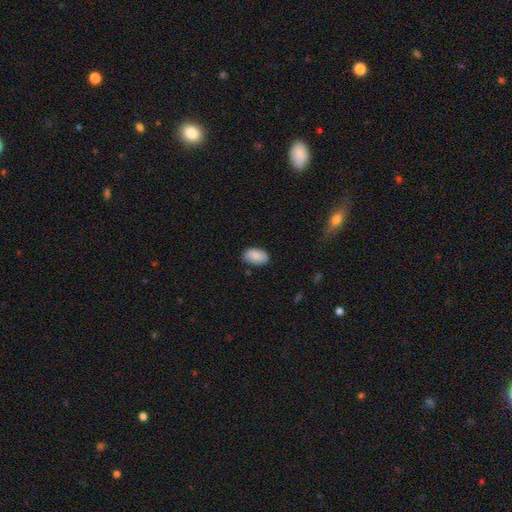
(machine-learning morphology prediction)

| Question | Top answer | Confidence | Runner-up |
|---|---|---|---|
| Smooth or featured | smooth | 85% | featured or disk (9%) |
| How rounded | in between | 91% | round (8%) |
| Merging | none | 78% | minor disturbance (17%) |